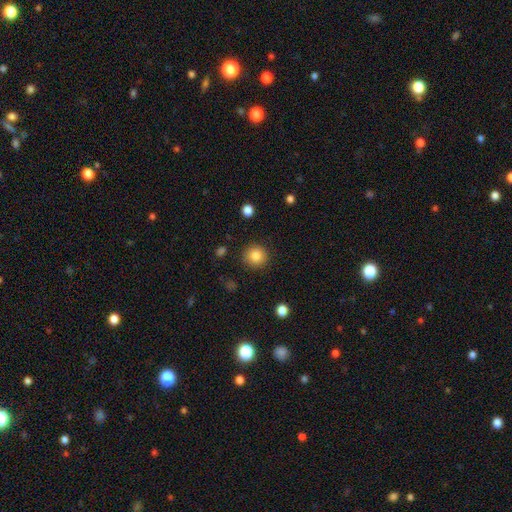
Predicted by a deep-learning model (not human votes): Smooth or featured? Predicted: smooth (p=0.84). How rounded? Predicted: round (p=0.93). Merging? Predicted: none (p=0.90).